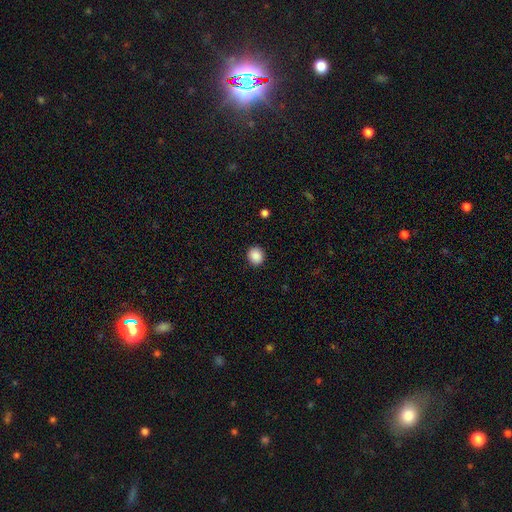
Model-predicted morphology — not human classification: Smooth or featured: smooth — 89% (star or artifact — 9%)
How rounded: round — 77% (in between — 22%)
Merging: none — 91% (minor disturbance — 6%)